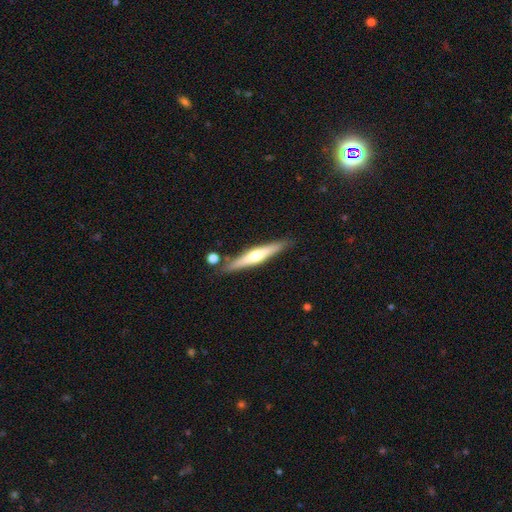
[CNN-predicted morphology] Smooth or featured? Predicted: featured or disk (p=0.60). Edge-on disk? Predicted: yes (p=0.96). Edge-on bulge? Predicted: rounded (p=0.86). Merging? Predicted: none (p=0.83).